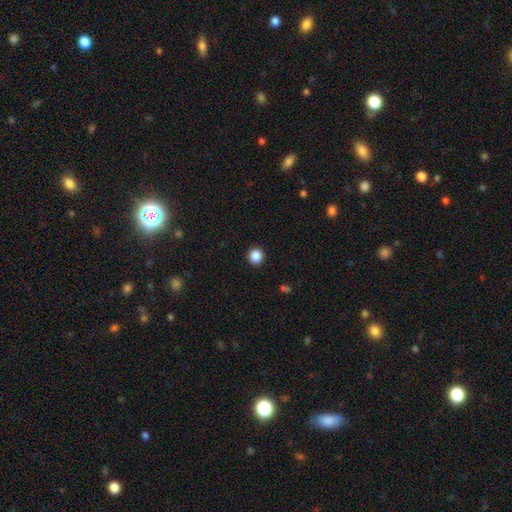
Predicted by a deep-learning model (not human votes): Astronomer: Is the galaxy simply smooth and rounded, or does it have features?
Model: smooth — 87%.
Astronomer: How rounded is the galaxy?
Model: round — 93%.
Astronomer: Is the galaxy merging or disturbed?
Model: none — 93%.